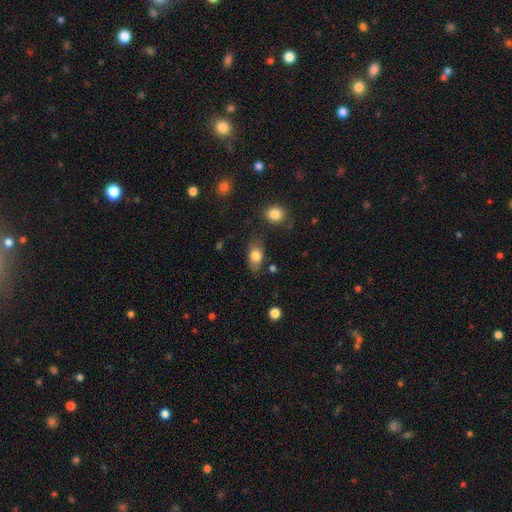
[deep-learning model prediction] Smooth or featured?
  - smooth: 79% *
  - featured or disk: 13%
  - star or artifact: 8%
How rounded?
  - in between: 84% *
  - round: 12%
  - cigar-shaped: 3%
Merging?
  - none: 73% *
  - minor disturbance: 19%
  - major disturbance: 5%
  - merger: 3%